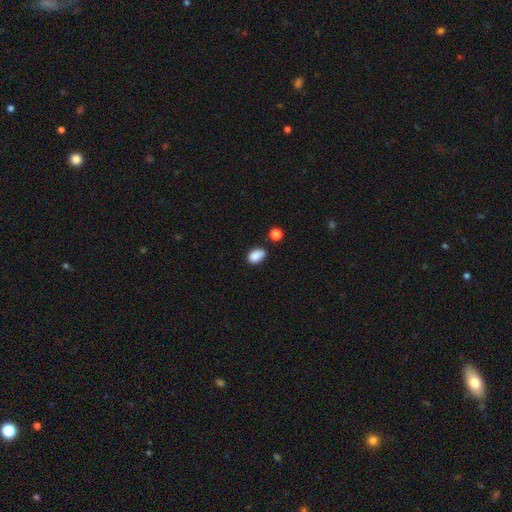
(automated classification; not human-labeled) Morphology: type=smooth (87%); roundness=in between (83%); merging=none (67%).